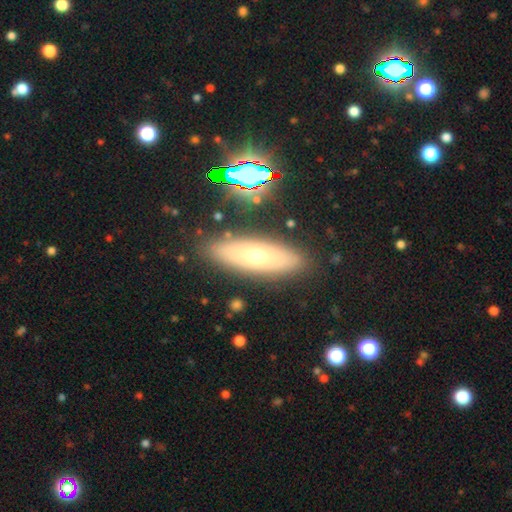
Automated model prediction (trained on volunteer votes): A smooth galaxy with no disk features (55%) that is in between round and cigar-shaped (50%).

Vote fractions:
- Smooth or featured? smooth: 55% / featured or disk: 33% / star or artifact: 12%
- How rounded? in between: 50% / cigar-shaped: 47% / round: 3%
- Merging? none: 87% / minor disturbance: 8% / major disturbance: 3% / merger: 2%